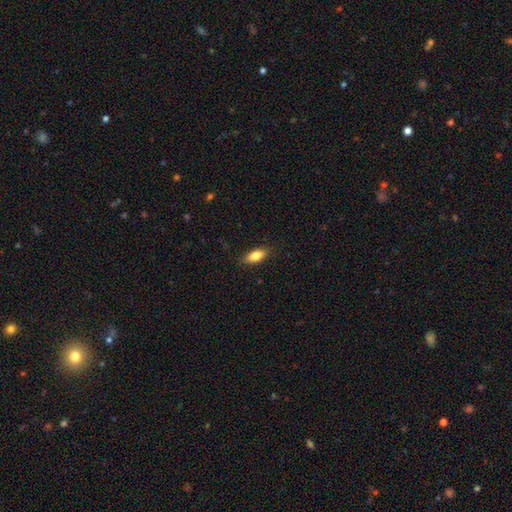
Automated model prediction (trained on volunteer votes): A smooth galaxy with no disk features (82%) that is in between round and cigar-shaped (81%). Merging: none (86%).